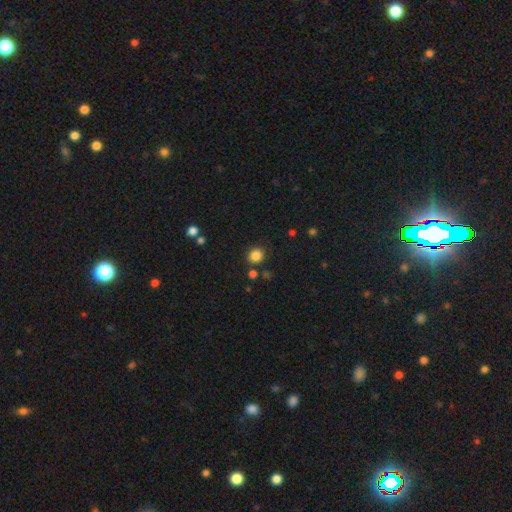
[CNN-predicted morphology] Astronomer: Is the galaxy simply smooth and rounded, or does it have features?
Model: smooth — 84%.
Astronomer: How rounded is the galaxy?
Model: round — 83%.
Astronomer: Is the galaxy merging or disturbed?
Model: none — 84%.